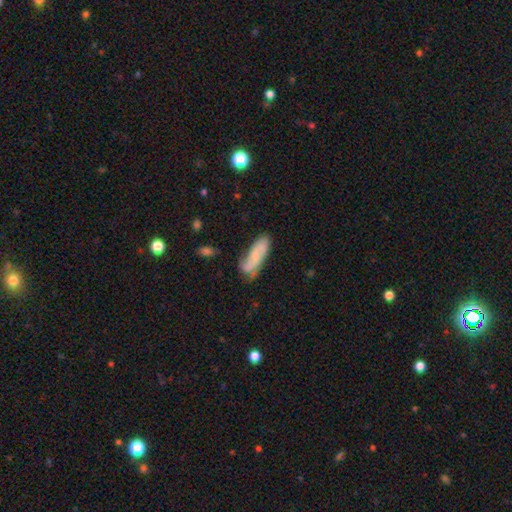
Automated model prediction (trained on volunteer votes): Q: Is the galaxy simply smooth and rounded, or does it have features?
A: smooth — 52%.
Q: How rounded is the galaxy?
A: in between — 55%.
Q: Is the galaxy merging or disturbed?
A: none — 55%.